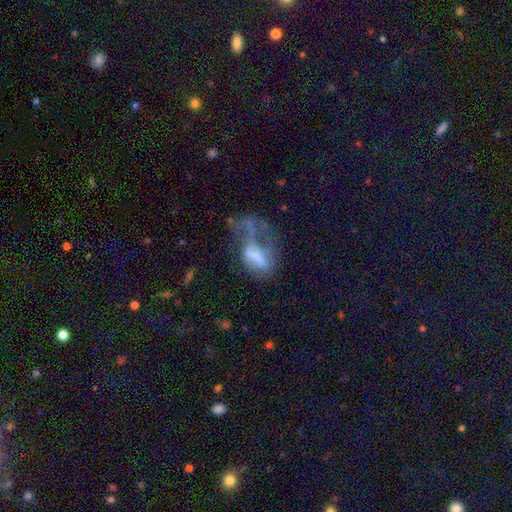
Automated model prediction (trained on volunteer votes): featured or disk 47%, smooth 41%, star or artifact 12%. Down the decision tree: merging — major disturbance (58%).